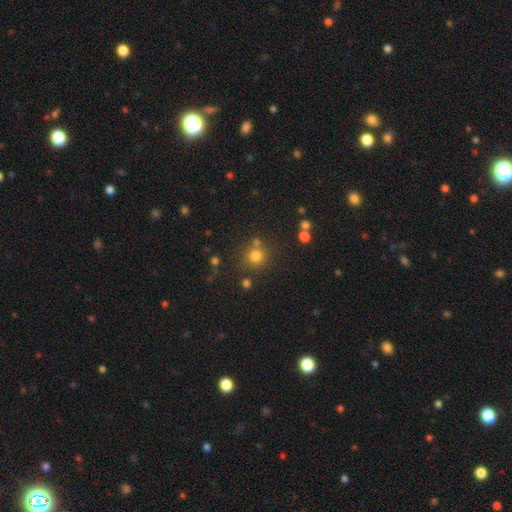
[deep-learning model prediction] Smooth or featured? Predicted: smooth (p=0.76). How rounded? Predicted: round (p=0.91). Merging? Predicted: none (p=0.73).